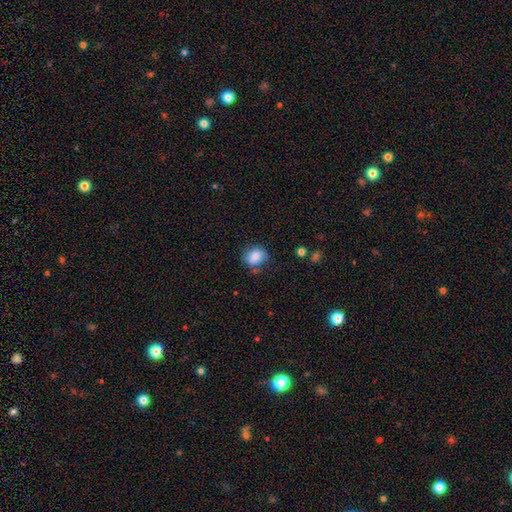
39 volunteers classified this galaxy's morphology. type=smooth (79%); roundness=in between (65%); merging=none (75%).